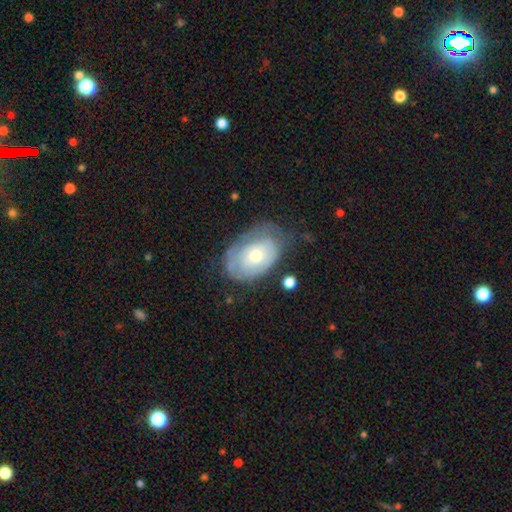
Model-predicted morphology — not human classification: A featured or disk galaxy (51%).

Vote fractions:
- Smooth or featured? featured or disk: 51% / smooth: 42% / star or artifact: 7%
- Edge-on disk? no: 94% / yes: 6%
- Merging? none: 54% / minor disturbance: 29% / major disturbance: 14% / merger: 3%